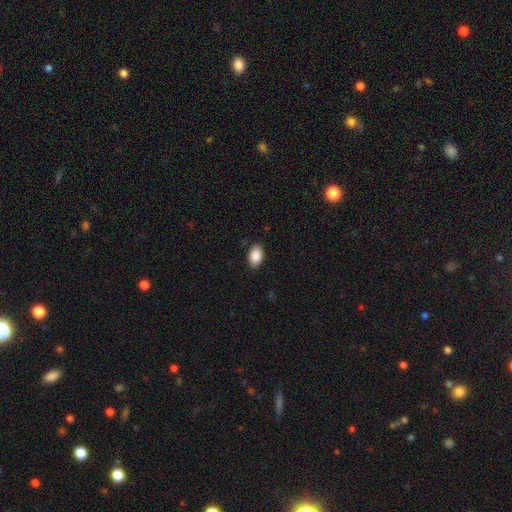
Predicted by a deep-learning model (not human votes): Smooth or featured? smooth (88%)
How rounded? in between (92%)
Merging? none (87%)